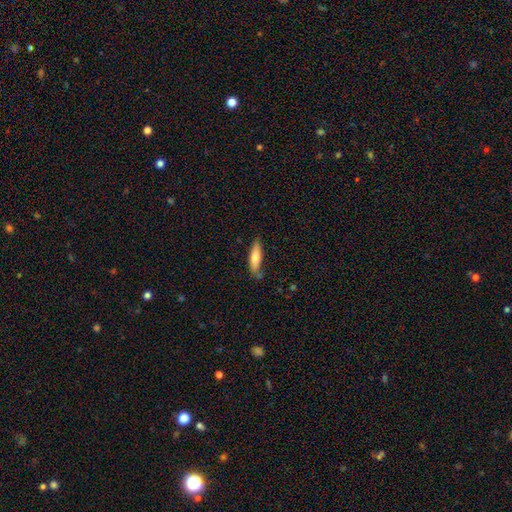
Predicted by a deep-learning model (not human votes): This appears to be a smooth galaxy with no disk features (71%) that is cigar-shaped (66%). Merging: none (73%).